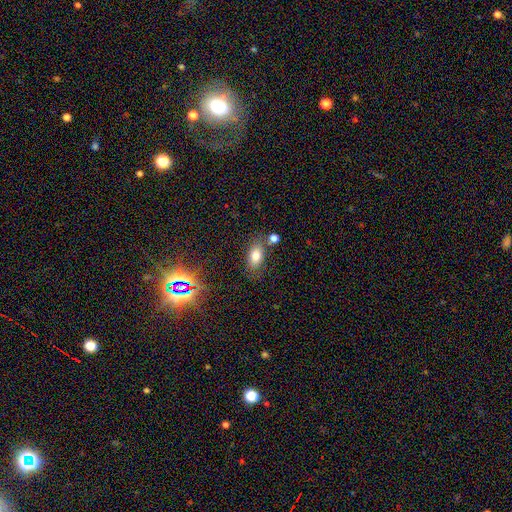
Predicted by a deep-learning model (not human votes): Overall: smooth (77%). How rounded: in between (88%). Merging: none (70%).